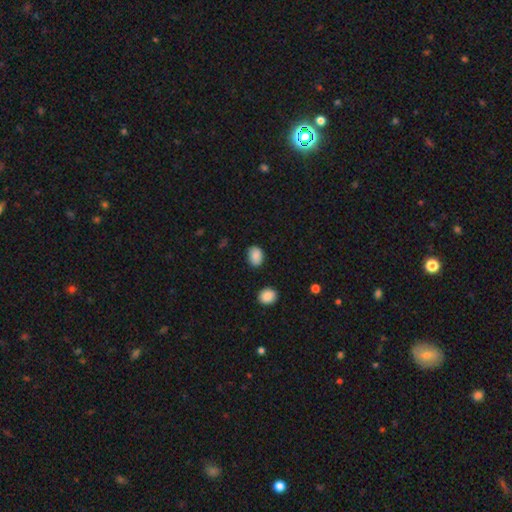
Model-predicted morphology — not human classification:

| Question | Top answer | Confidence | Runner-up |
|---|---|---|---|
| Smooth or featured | smooth | 88% | star or artifact (8%) |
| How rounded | in between | 69% | round (30%) |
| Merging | none | 82% | minor disturbance (13%) |